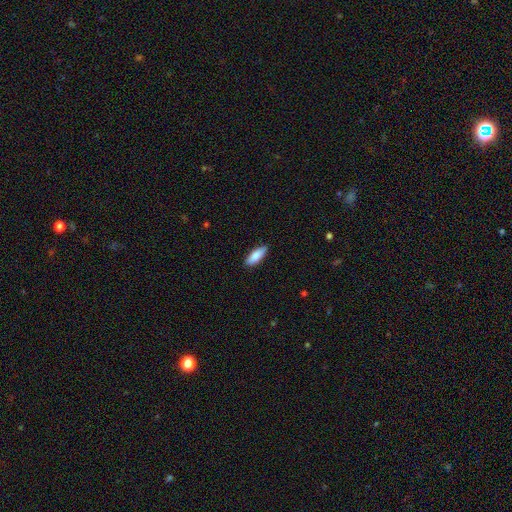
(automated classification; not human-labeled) Morphology: type=smooth (84%); roundness=in between (67%); merging=none (87%).